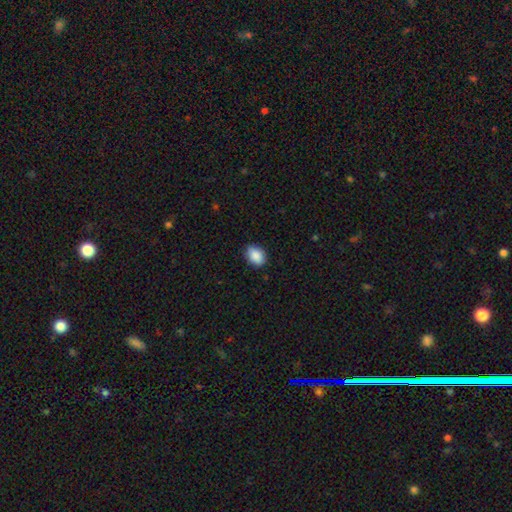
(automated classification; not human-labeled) smooth-or-featured: smooth: 89% | star or artifact: 7% | featured or disk: 4%
  how-rounded: in between: 72% | round: 27% | cigar-shaped: 1%
  merging: none: 86% | minor disturbance: 11% | major disturbance: 2% | merger: 1%